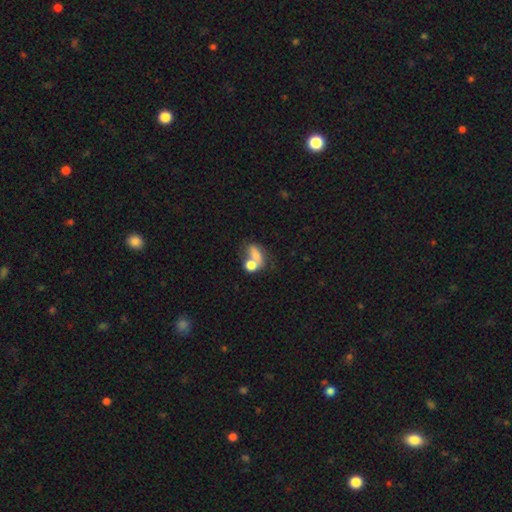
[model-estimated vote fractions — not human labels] This appears to be a smooth galaxy with no disk features (70%) that is in between round and cigar-shaped (69%). Merging: merger (57%).